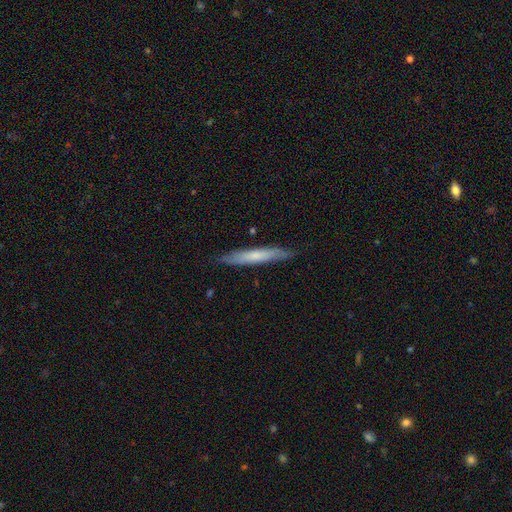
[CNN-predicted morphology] This appears to be a smooth galaxy with no disk features (59%) that is cigar-shaped (94%). Merging: none (86%).